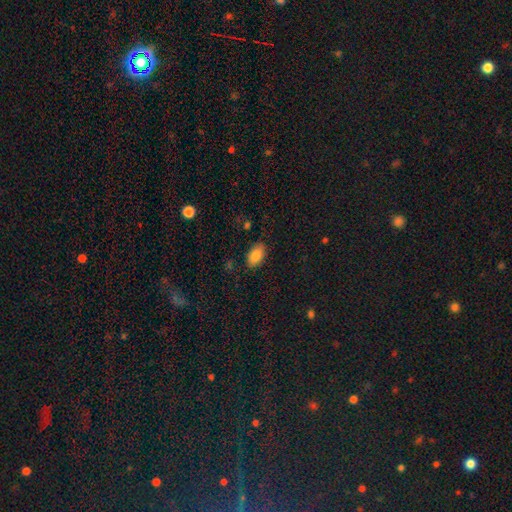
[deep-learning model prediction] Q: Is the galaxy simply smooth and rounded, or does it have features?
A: smooth — 84%.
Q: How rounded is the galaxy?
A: in between — 92%.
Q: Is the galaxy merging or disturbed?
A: none — 84%.